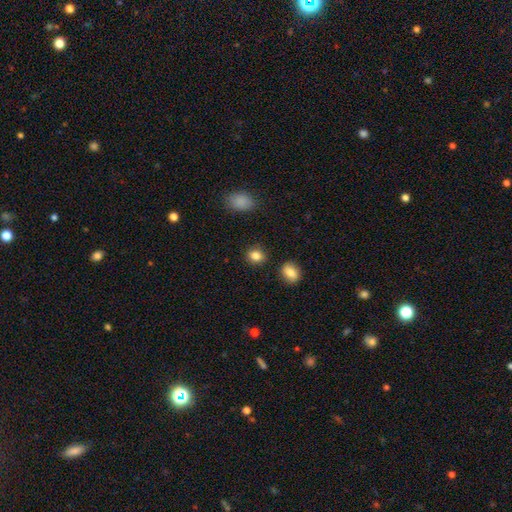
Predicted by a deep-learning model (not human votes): This appears to be a smooth galaxy with no disk features (85%) that is round (68%). Merging: none (87%).